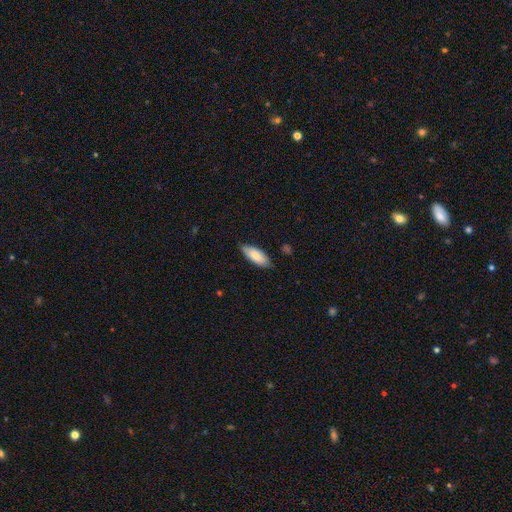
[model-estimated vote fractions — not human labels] Overall: smooth (83%). How rounded: in between (79%). Merging: none (79%).